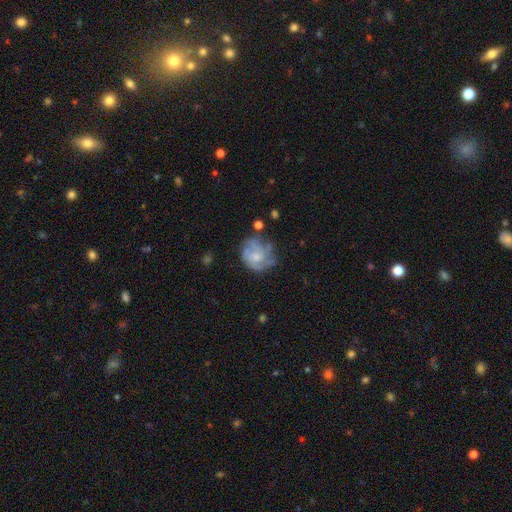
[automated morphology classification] Overall: featured or disk (66%; smooth 27%). Edge-on disk: no (98%). Bar: no (76%). Spiral arms: yes (75%). Bulge size: small (40%; moderate 37%). Merging: none (56%; minor disturbance 24%).